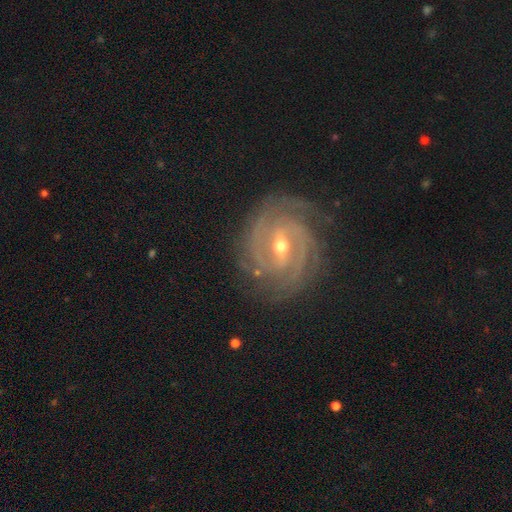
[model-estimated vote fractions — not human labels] This appears to be a featured or disk galaxy (86%) with a weak bar (45%), 2 (37%) tight (75%) spiral arms (98%) and a moderate central bulge (50%). Merging: none (81%).